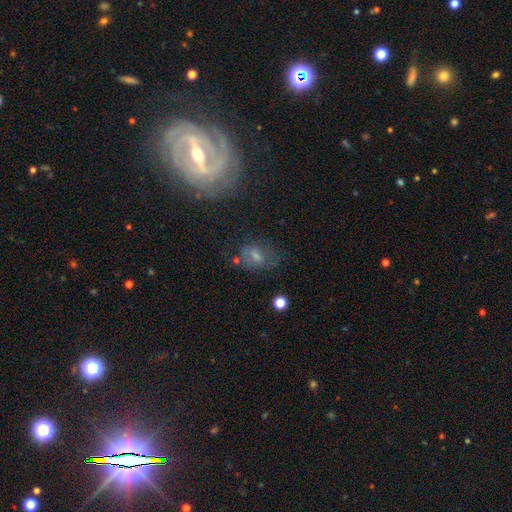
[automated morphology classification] This appears to be a smooth galaxy with no disk features (46%). Merging: none (55%).